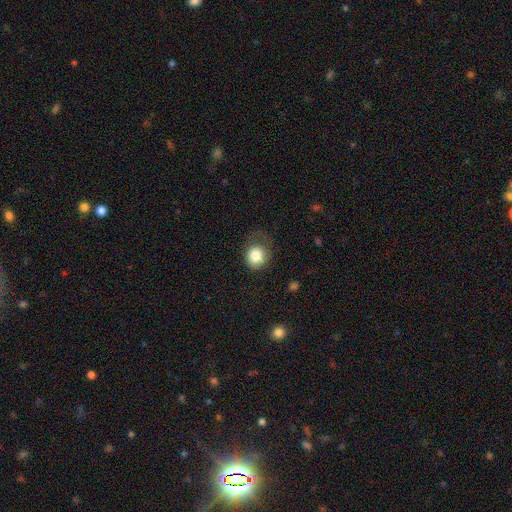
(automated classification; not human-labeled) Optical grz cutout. It shows a smooth galaxy with no disk features (81%) that is round (75%). Merging: none (51%).